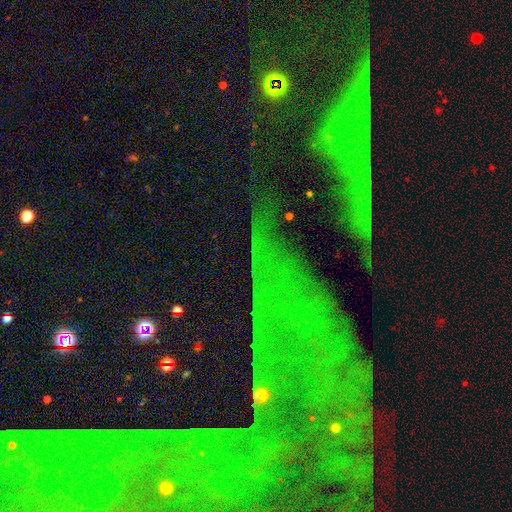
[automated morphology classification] This is likely a star or artifact rather than a galaxy (76%).